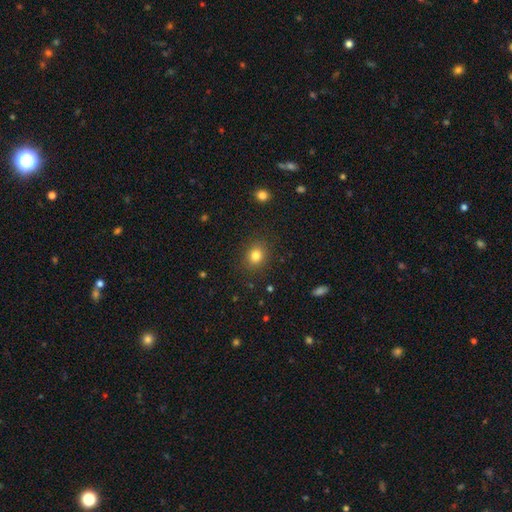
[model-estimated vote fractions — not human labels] Smooth or featured? smooth (82%)
How rounded? round (68%)
Merging? none (87%)